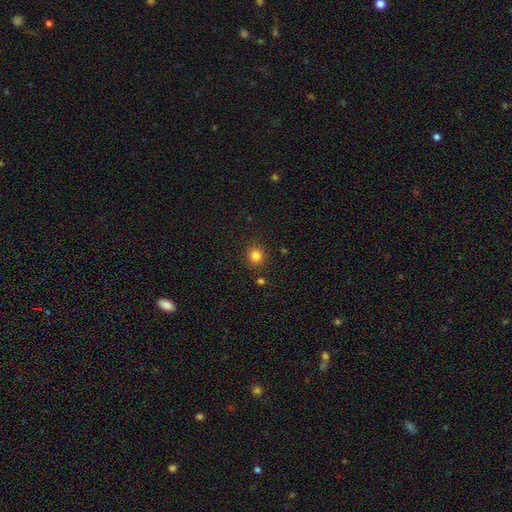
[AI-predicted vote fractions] This appears to be a smooth galaxy with no disk features (83%) that is round (92%). Merging: none (88%).